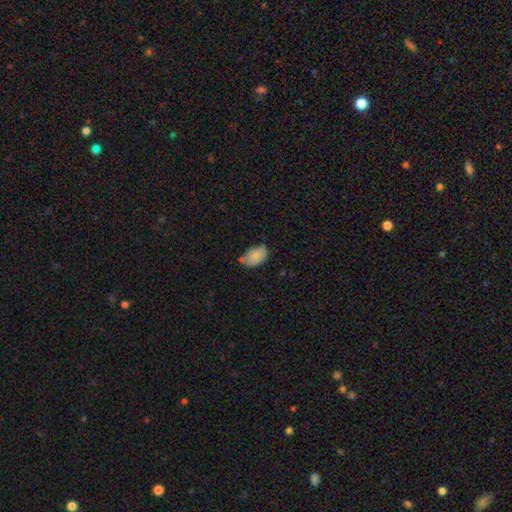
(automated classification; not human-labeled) The model was most divided on "merging": none: 57%, minor disturbance: 30%, merger: 8%, major disturbance: 5%. More confident: how rounded — in between (91%); smooth or featured — smooth (83%).